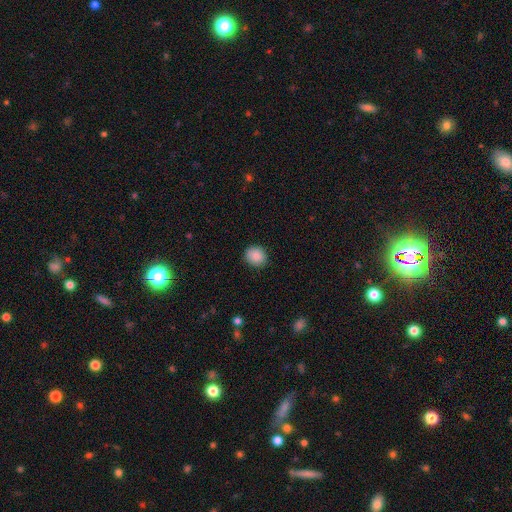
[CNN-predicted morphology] This appears to be a smooth galaxy with no disk features (87%) that is round (77%). Merging: none (89%).